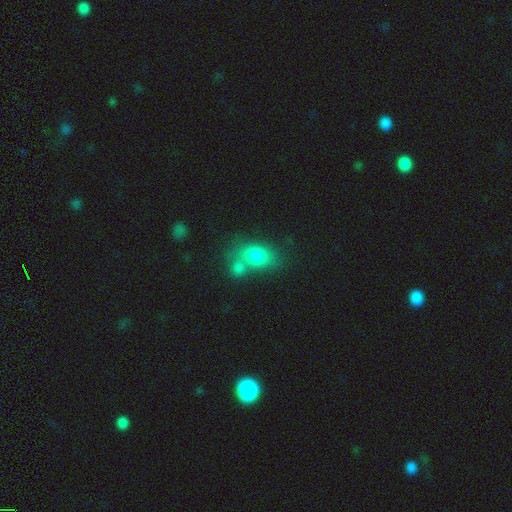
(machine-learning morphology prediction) This is clearly a smooth galaxy (81%). How rounded: likely in between (79%). Merging: marginally merger (40%).